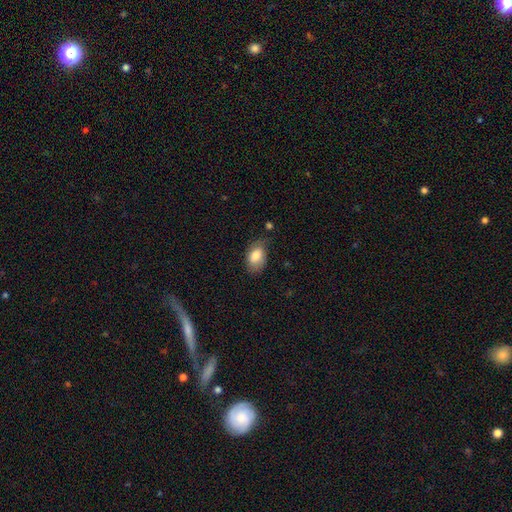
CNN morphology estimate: Smooth or featured? Predicted: smooth (p=0.81). How rounded? Predicted: in between (p=0.89). Merging? Predicted: none (p=0.61).